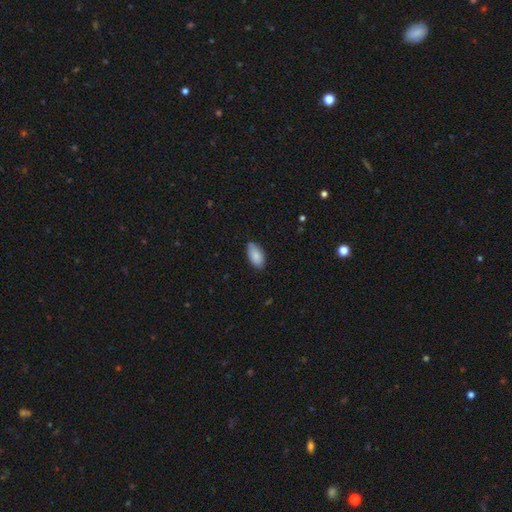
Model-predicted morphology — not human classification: Q: Smooth or featured?
A: smooth (86%); runner-up: featured or disk (7%)
Q: How rounded?
A: in between (94%); runner-up: cigar-shaped (3%)
Q: Merging?
A: none (77%); runner-up: minor disturbance (19%)